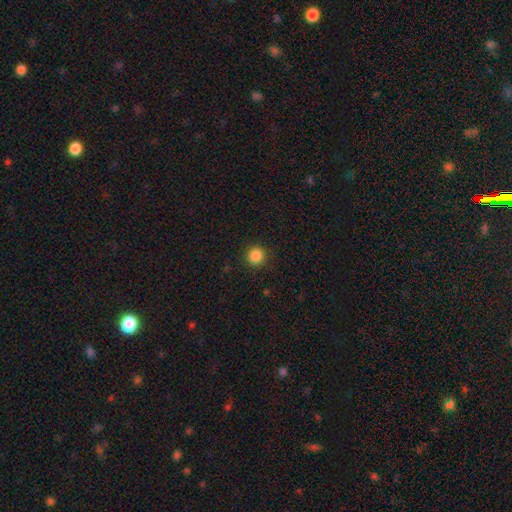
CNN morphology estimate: Q: Smooth or featured?
A: smooth (87%); runner-up: star or artifact (11%)
Q: How rounded?
A: round (94%); runner-up: in between (5%)
Q: Merging?
A: none (91%); runner-up: minor disturbance (6%)